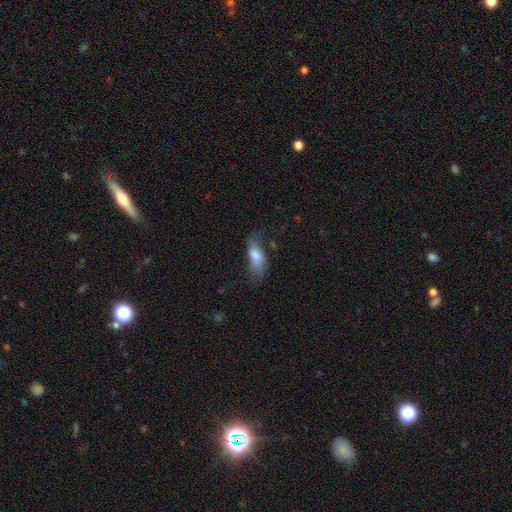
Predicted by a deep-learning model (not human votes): Q: Smooth or featured?
A: smooth (77%); runner-up: featured or disk (15%)
Q: How rounded?
A: in between (76%); runner-up: cigar-shaped (21%)
Q: Merging?
A: none (45%); runner-up: minor disturbance (33%)